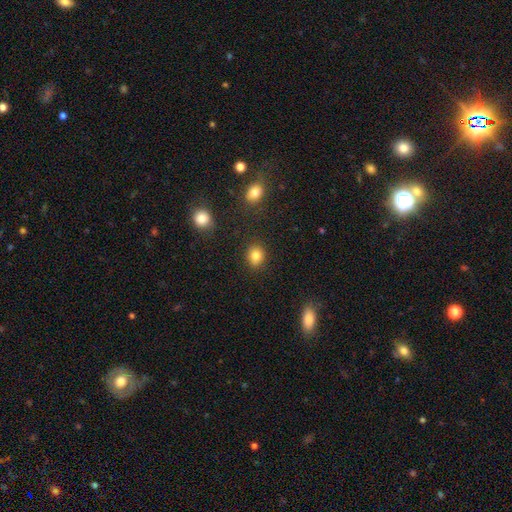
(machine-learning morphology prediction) Smooth or featured: smooth — 84% (star or artifact — 11%)
How rounded: round — 68% (in between — 31%)
Merging: none — 86% (minor disturbance — 9%)